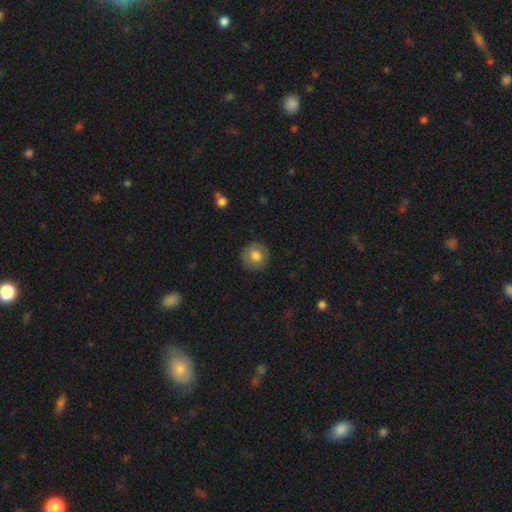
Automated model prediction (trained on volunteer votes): Overall: smooth (78%). How rounded: round (94%). Merging: none (88%).